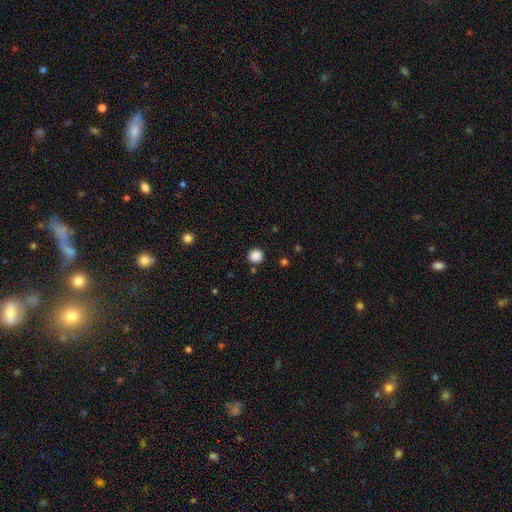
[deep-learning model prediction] The model was most divided on "smooth or featured": smooth: 86%, star or artifact: 11%, featured or disk: 3%. More confident: how rounded — round (93%); merging — none (89%).